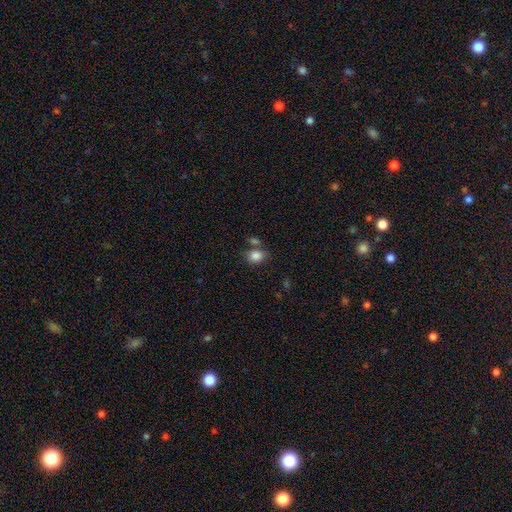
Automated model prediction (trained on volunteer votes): Smooth or featured?
  - smooth: 84% *
  - star or artifact: 10%
  - featured or disk: 6%
How rounded?
  - in between: 52% *
  - round: 47%
  - cigar-shaped: 1%
Merging?
  - none: 62% *
  - merger: 18%
  - minor disturbance: 15%
  - major disturbance: 5%